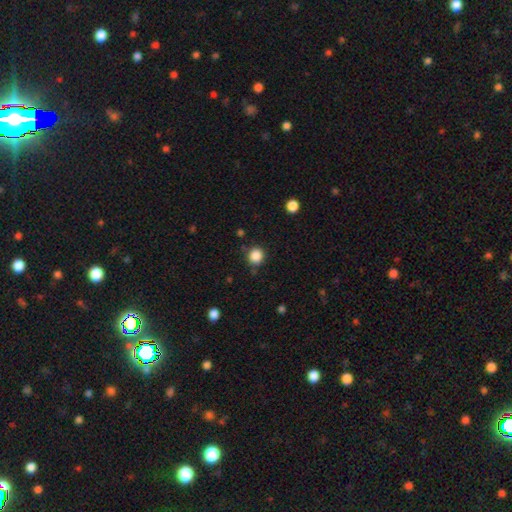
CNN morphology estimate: A smooth galaxy with no disk features (86%) that is round (91%).

Vote fractions:
- Smooth or featured? smooth: 86% / star or artifact: 11% / featured or disk: 3%
- How rounded? round: 91% / in between: 8% / cigar-shaped: 1%
- Merging? none: 84% / minor disturbance: 10% / major disturbance: 3% / merger: 3%